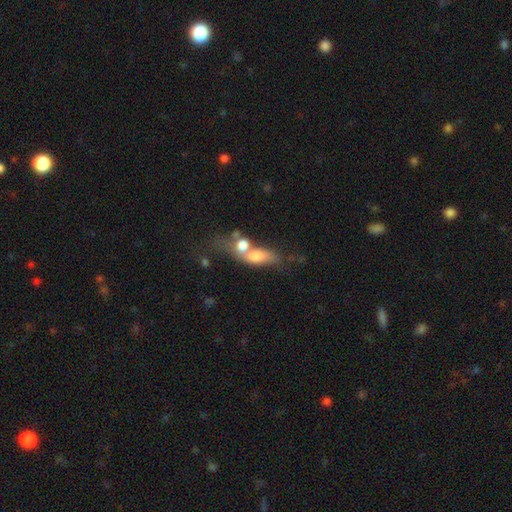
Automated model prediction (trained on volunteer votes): The model was most divided on "smooth or featured": smooth: 65%, featured or disk: 25%, star or artifact: 10%. More confident: how rounded — in between (65%); merging — merger (61%).